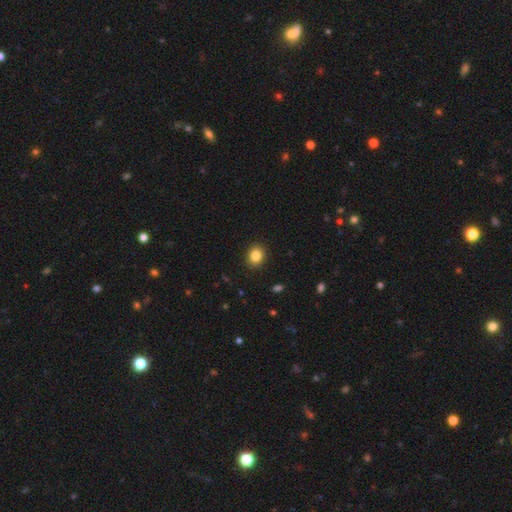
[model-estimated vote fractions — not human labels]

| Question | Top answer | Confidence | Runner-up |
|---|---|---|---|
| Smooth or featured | smooth | 85% | star or artifact (10%) |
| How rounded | round | 64% | in between (35%) |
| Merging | none | 91% | minor disturbance (7%) |